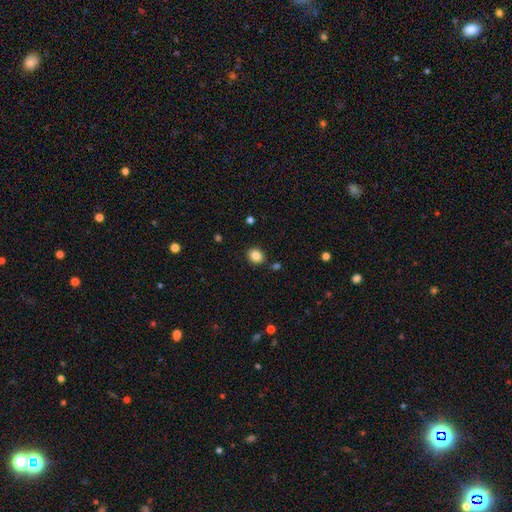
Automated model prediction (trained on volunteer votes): Morphology: type=smooth (85%); roundness=round (68%); merging=none (87%).